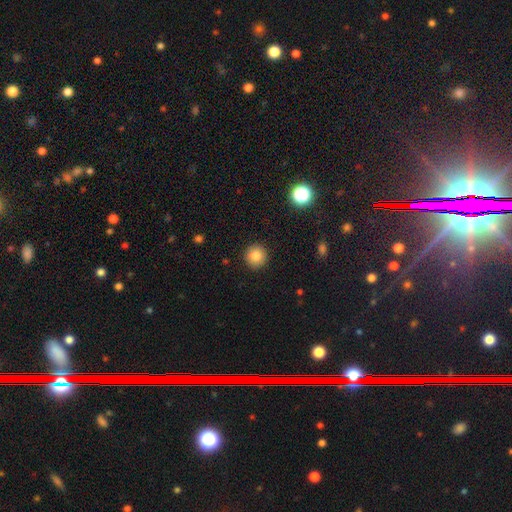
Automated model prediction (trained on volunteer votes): A smooth galaxy with no disk features (83%) that is round (95%).

Vote fractions:
- Smooth or featured? smooth: 83% / star or artifact: 10% / featured or disk: 7%
- How rounded? round: 95% / in between: 4% / cigar-shaped: 1%
- Merging? none: 92% / minor disturbance: 5% / major disturbance: 2% / merger: 1%